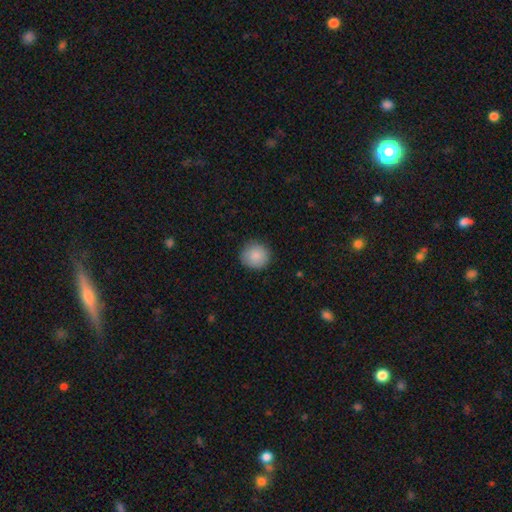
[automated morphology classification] Overall: smooth (88%). How rounded: round (93%). Merging: none (88%).